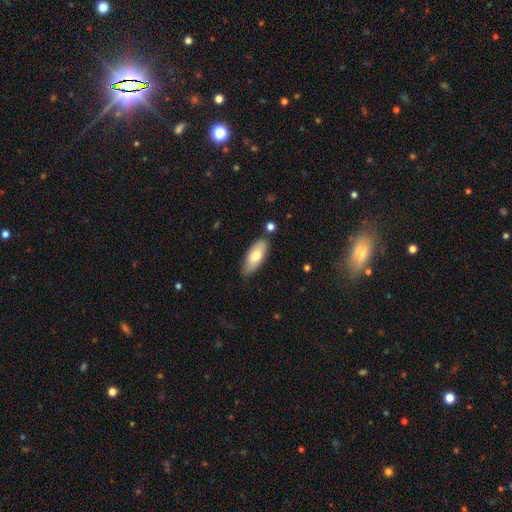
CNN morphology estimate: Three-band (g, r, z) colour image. It shows a smooth galaxy with no disk features (72%) that is in between round and cigar-shaped (76%). Merging: none (79%).